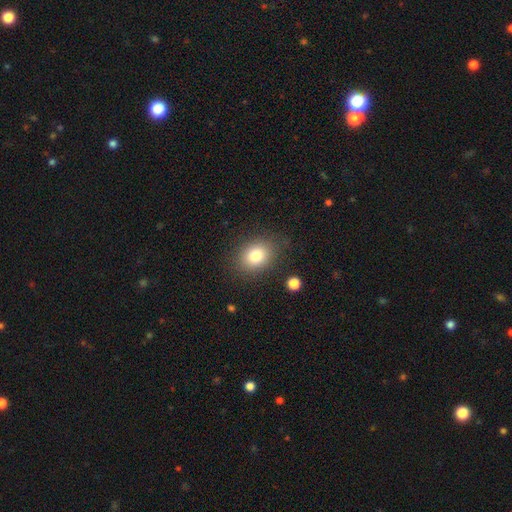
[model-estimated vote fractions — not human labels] smooth 79%, star or artifact 11%, featured or disk 10%. Down the decision tree: how rounded — in between (54%); merging — none (83%).